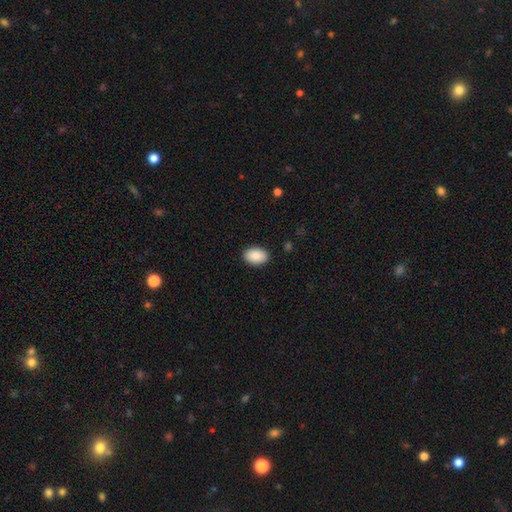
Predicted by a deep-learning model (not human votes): Overall: smooth (90%). How rounded: in between (88%). Merging: none (89%).